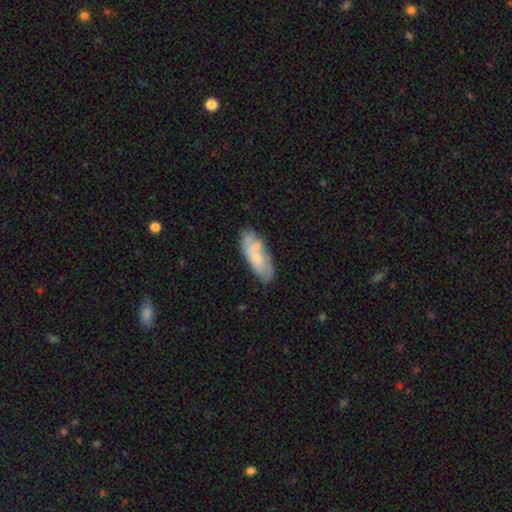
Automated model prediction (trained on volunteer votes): smooth-or-featured: smooth: 56% | featured or disk: 37% | star or artifact: 6%
  how-rounded: in between: 71% | cigar-shaped: 27% | round: 2%
  merging: none: 61% | minor disturbance: 21% | merger: 12% | major disturbance: 6%